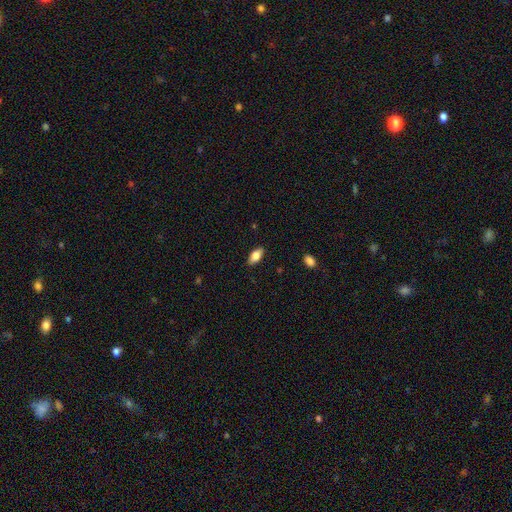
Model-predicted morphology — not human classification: smooth 78%, featured or disk 16%, star or artifact 7%. Down the decision tree: how rounded — in between (88%); merging — none (88%).